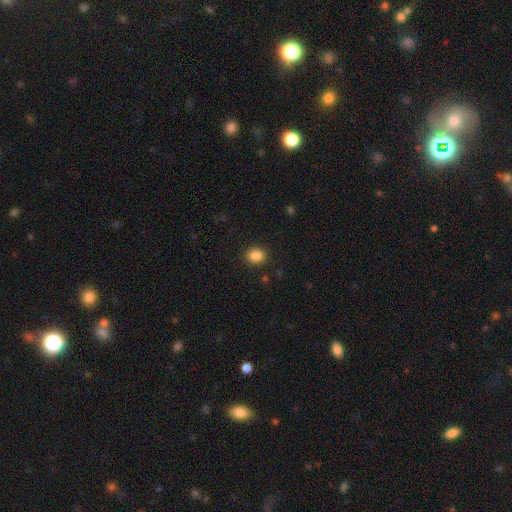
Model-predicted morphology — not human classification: Smooth or featured? smooth (87%)
How rounded? round (59%)
Merging? none (90%)